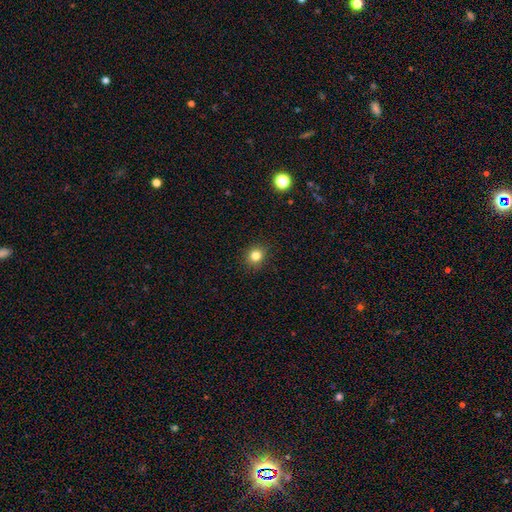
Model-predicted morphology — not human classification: A smooth galaxy with no disk features (82%) that is round (78%).

Vote fractions:
- Smooth or featured? smooth: 82% / star or artifact: 13% / featured or disk: 6%
- How rounded? round: 78% / in between: 21% / cigar-shaped: 1%
- Merging? none: 89% / minor disturbance: 8% / major disturbance: 2% / merger: 1%